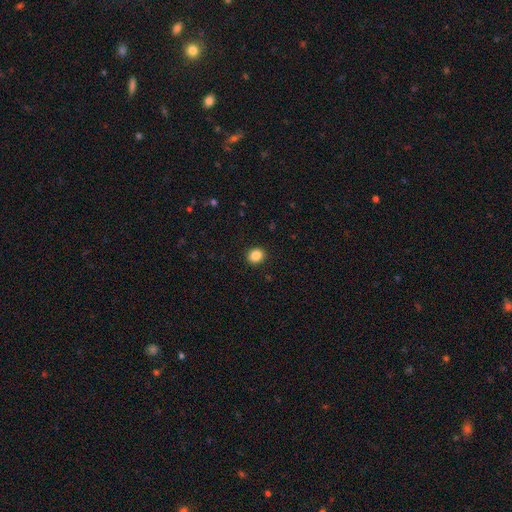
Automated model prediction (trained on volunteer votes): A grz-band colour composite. It shows a smooth galaxy with no disk features (87%) that is round (75%). Merging: none (92%).